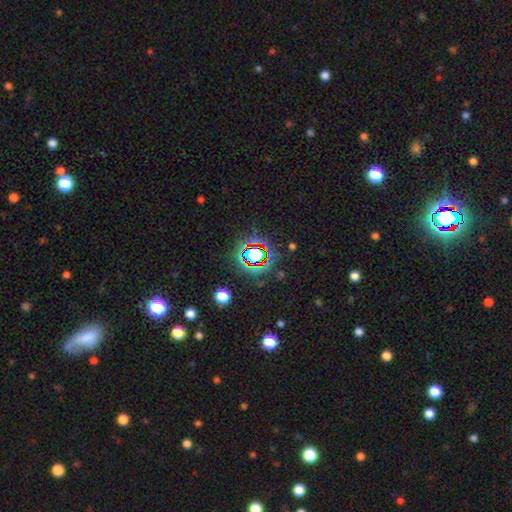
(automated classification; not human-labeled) The model was most divided on "smooth or featured": star or artifact: 71%, smooth: 18%, featured or disk: 11%.